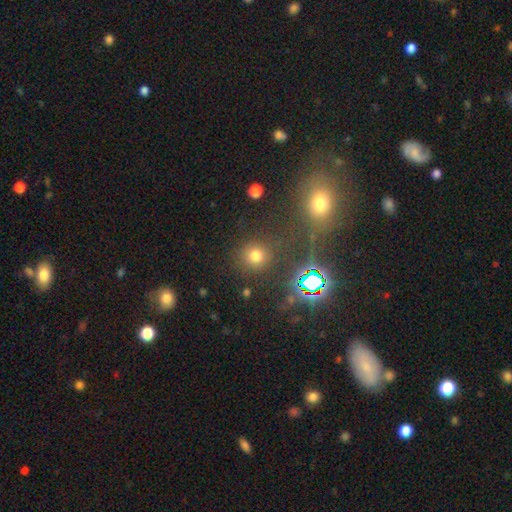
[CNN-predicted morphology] Smooth or featured? smooth (69%)
How rounded? round (90%)
Merging? none (85%)